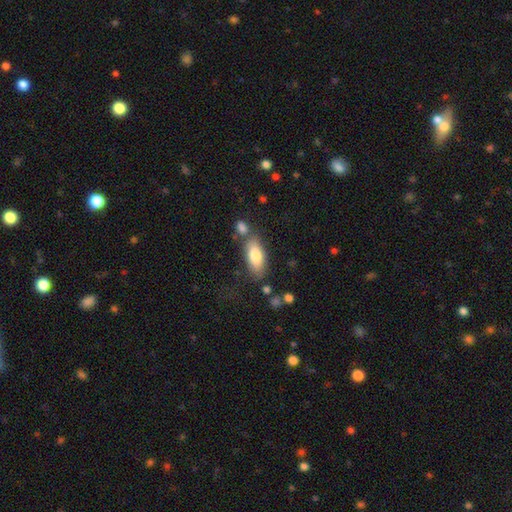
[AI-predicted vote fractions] This is likely a smooth galaxy (78%). How rounded: clearly in between (82%). Merging: likely none (69%).